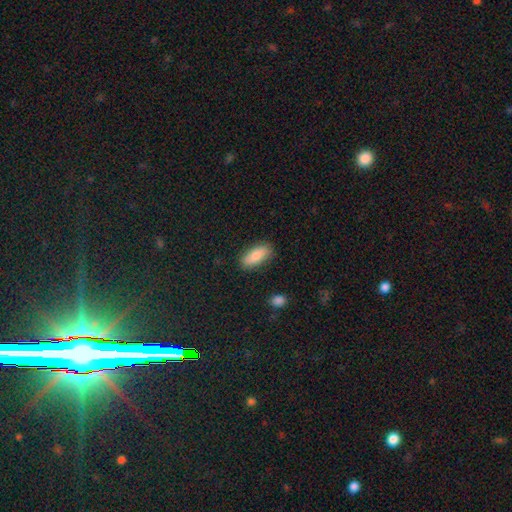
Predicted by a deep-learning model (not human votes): Q: Smooth or featured?
A: smooth (83%); runner-up: featured or disk (11%)
Q: How rounded?
A: in between (82%); runner-up: cigar-shaped (15%)
Q: Merging?
A: none (86%); runner-up: minor disturbance (10%)